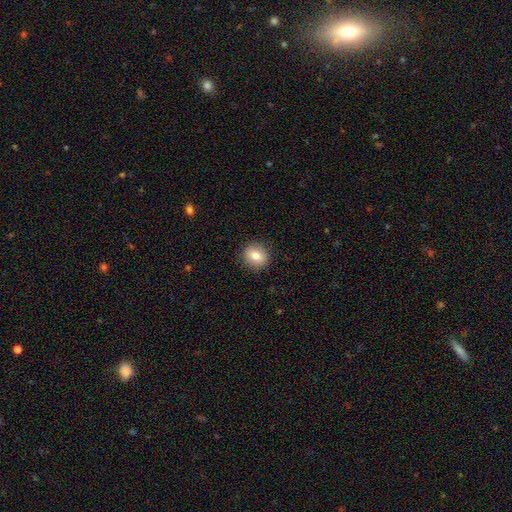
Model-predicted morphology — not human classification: This is clearly a smooth galaxy (81%). How rounded: likely round (73%). Merging: clearly none (89%).